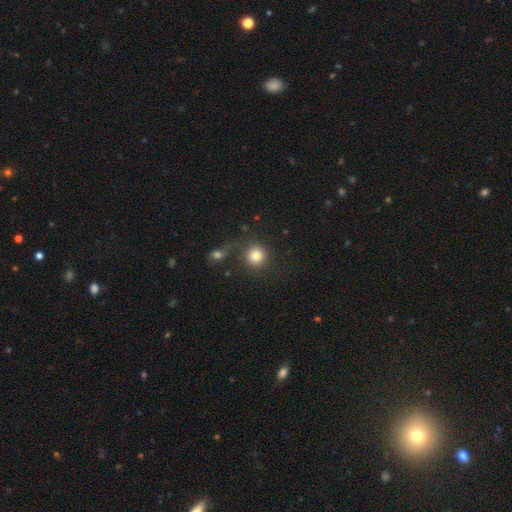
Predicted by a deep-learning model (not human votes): The model was most divided on "merging": none: 70%, merger: 11%, minor disturbance: 11%, major disturbance: 8%. More confident: how rounded — round (89%); smooth or featured — smooth (81%).